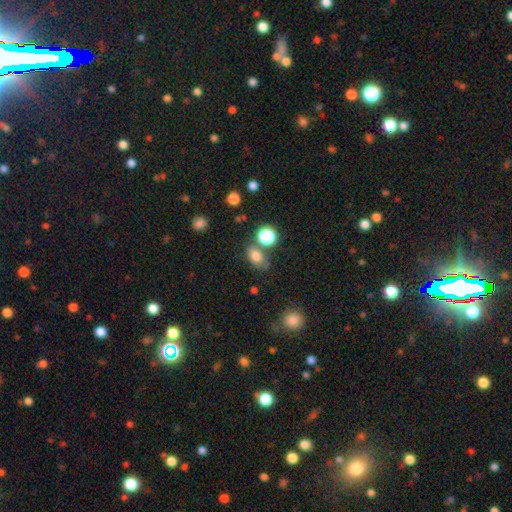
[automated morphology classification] Q: Smooth or featured?
A: smooth (77%); runner-up: star or artifact (14%)
Q: How rounded?
A: in between (75%); runner-up: round (24%)
Q: Merging?
A: none (63%); runner-up: minor disturbance (16%)